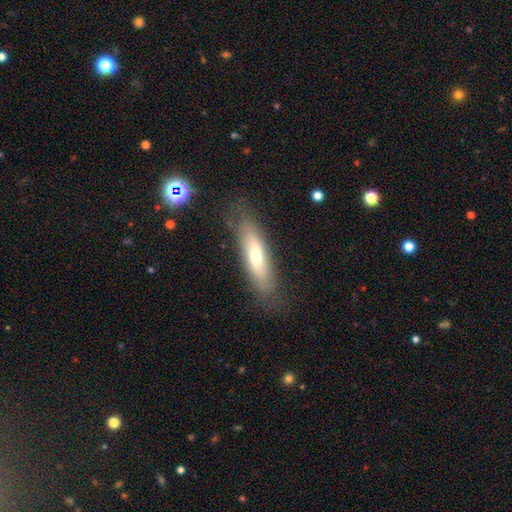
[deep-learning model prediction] Overall: smooth (59%; featured or disk 33%). How rounded: cigar-shaped (63%; in between 35%). Merging: none (80%).